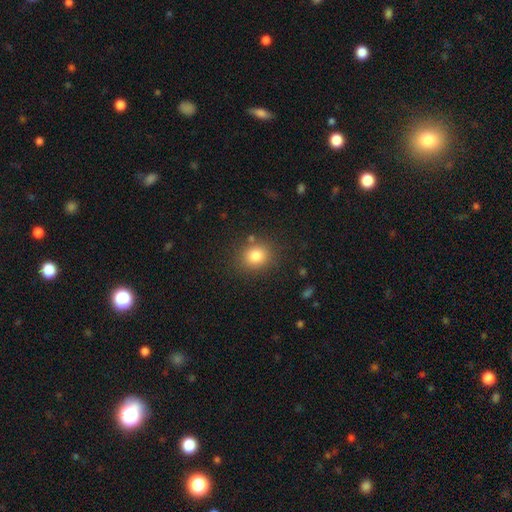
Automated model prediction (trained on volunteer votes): smooth 81%, star or artifact 12%, featured or disk 7%. Down the decision tree: how rounded — round (81%); merging — none (84%).